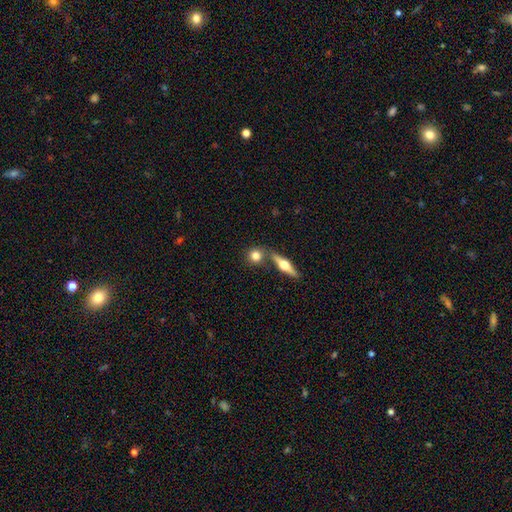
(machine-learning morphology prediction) smooth-or-featured: smooth: 72% | featured or disk: 20% | star or artifact: 8%
  how-rounded: round: 81% | in between: 14% | cigar-shaped: 5%
  merging: none: 67% | merger: 22% | minor disturbance: 9% | major disturbance: 3%